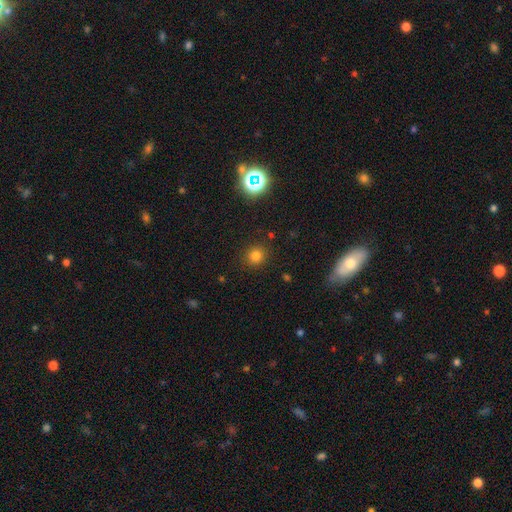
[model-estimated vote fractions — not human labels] smooth_or_featured: smooth (p=0.78) [alt: star or artifact p=0.17]
how_rounded: round (p=0.87) [alt: in between p=0.12]
merging: none (p=0.88) [alt: minor disturbance p=0.07]